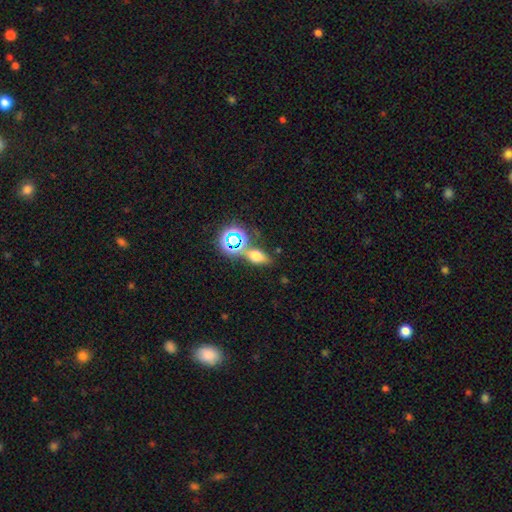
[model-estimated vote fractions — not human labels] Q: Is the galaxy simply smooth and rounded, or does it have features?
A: smooth — 54%.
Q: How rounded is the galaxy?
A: in between — 68%.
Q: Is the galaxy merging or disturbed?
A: none — 68%.